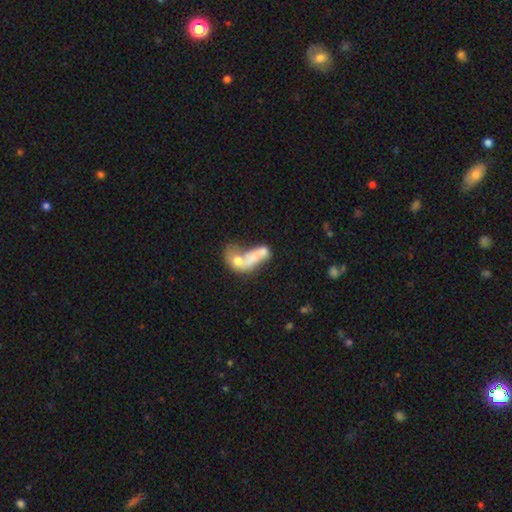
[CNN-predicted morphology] smooth_or_featured: smooth (p=0.56) [alt: featured or disk p=0.35]
how_rounded: in between (p=0.74) [alt: cigar-shaped p=0.15]
merging: merger (p=0.69) [alt: major disturbance p=0.13]